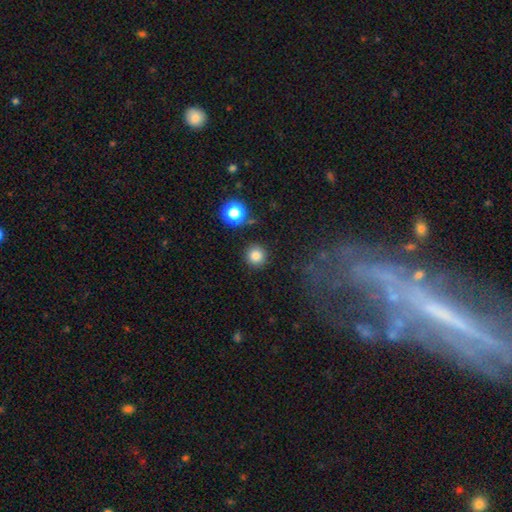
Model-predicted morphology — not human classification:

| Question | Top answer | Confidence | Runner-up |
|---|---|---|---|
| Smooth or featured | smooth | 83% | star or artifact (12%) |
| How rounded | round | 94% | in between (5%) |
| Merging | none | 88% | minor disturbance (7%) |